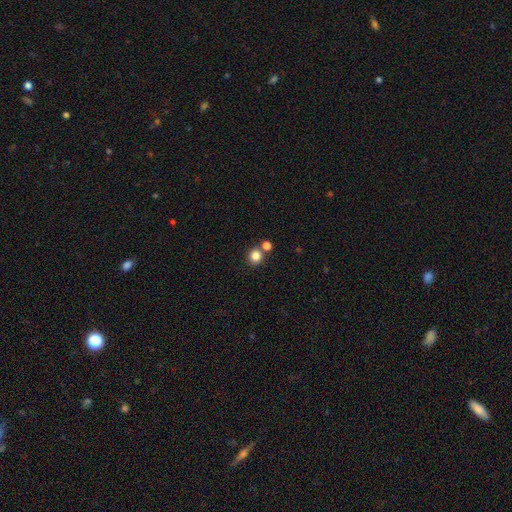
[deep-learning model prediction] Smooth or featured: smooth — 83% (star or artifact — 12%)
How rounded: round — 86% (in between — 13%)
Merging: none — 70% (merger — 20%)